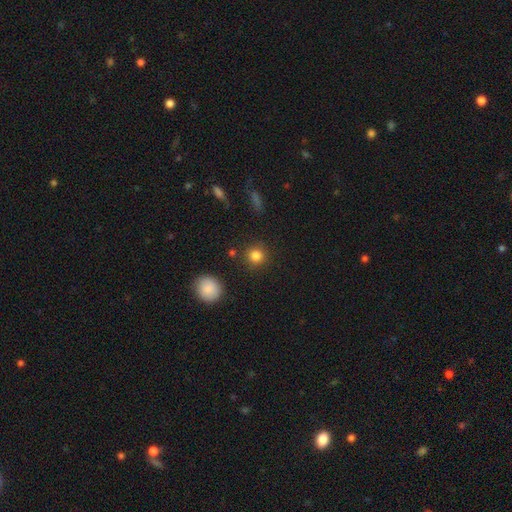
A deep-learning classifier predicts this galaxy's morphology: The model was most divided on "smooth or featured": smooth: 83%, star or artifact: 12%, featured or disk: 5%. More confident: how rounded — round (93%); merging — none (88%).